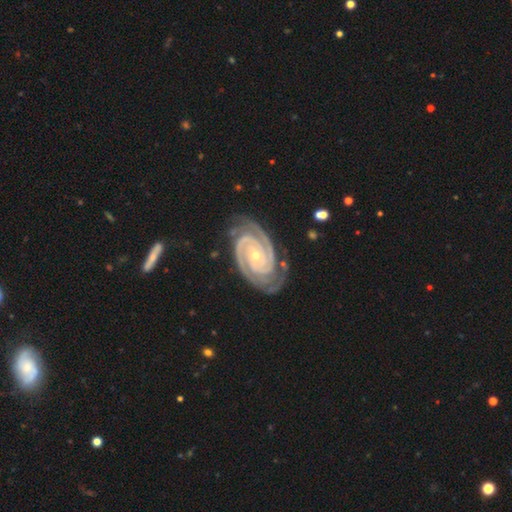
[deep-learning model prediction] This appears to be a featured or disk galaxy (94%) with no bar (67%), 2 (74%) tight (84%) spiral arms (99%) and a small central bulge (78%). Merging: none (78%).